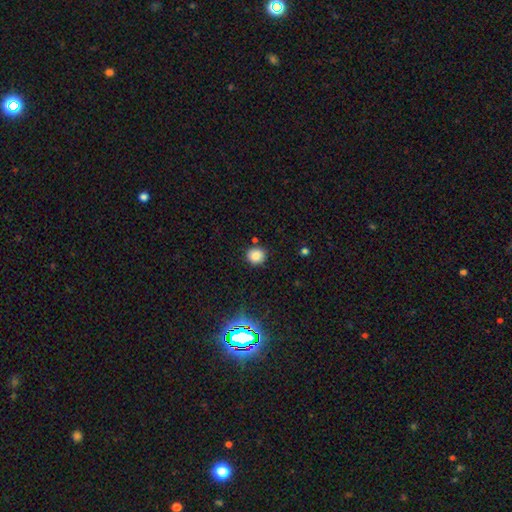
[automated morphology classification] Overall: smooth (81%). How rounded: round (90%). Merging: none (86%).